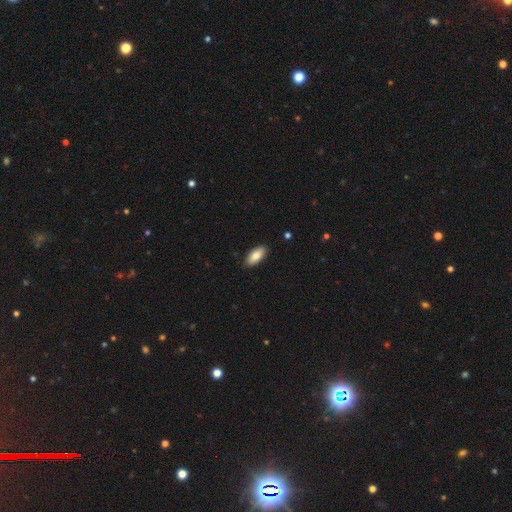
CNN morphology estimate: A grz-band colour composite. It shows a smooth galaxy with no disk features (83%) that is in between round and cigar-shaped (89%). Merging: none (90%).